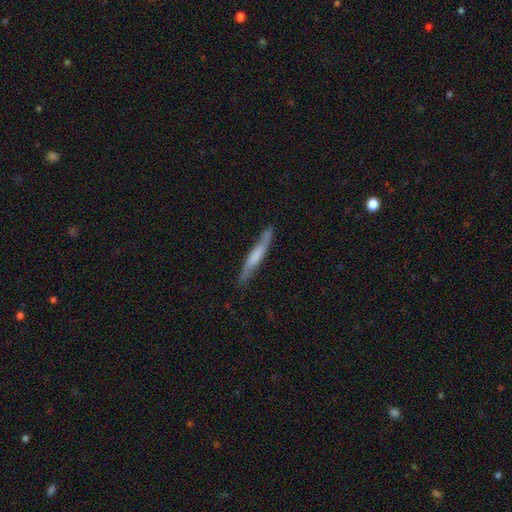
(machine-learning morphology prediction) A featured or disk galaxy (49%). Merging: none (75%).